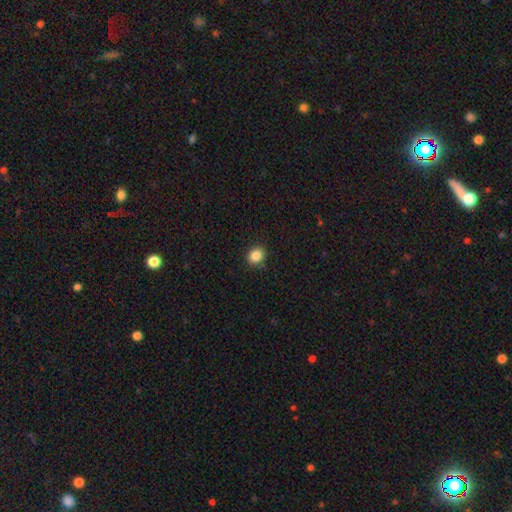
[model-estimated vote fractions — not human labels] Overall: smooth (86%). How rounded: round (72%). Merging: none (87%).